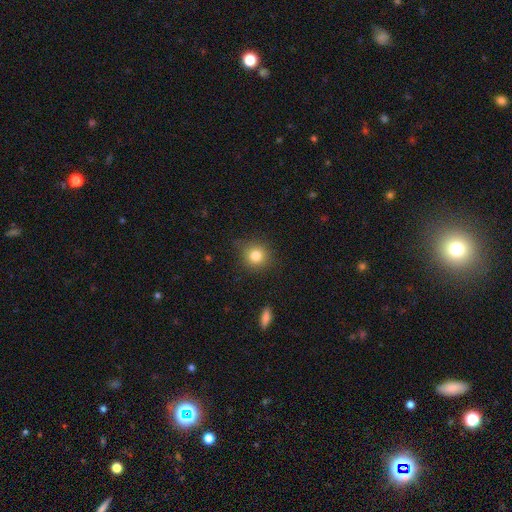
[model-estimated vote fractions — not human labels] Smooth or featured? Predicted: smooth (p=0.83). How rounded? Predicted: round (p=0.89). Merging? Predicted: none (p=0.81).